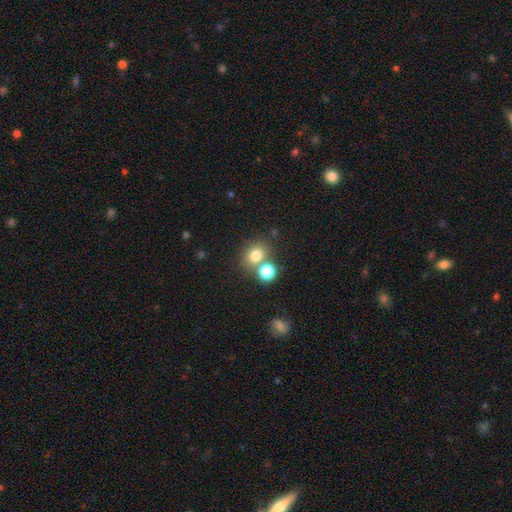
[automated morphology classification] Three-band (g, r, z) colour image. It shows a smooth galaxy with no disk features (76%) that is round (68%). Merging: none (57%).